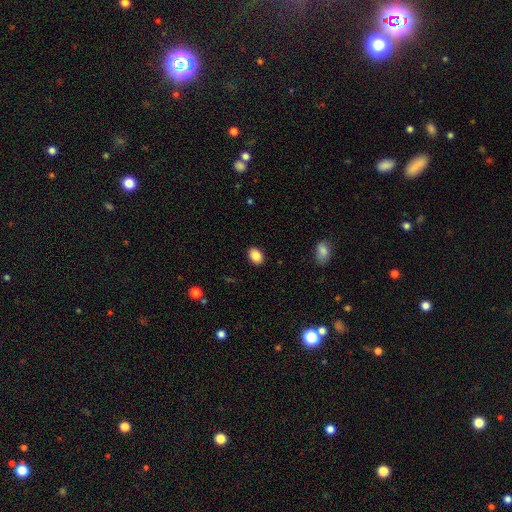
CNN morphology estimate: Smooth or featured: smooth — 88% (star or artifact — 8%)
How rounded: in between — 75% (round — 24%)
Merging: none — 89% (minor disturbance — 8%)